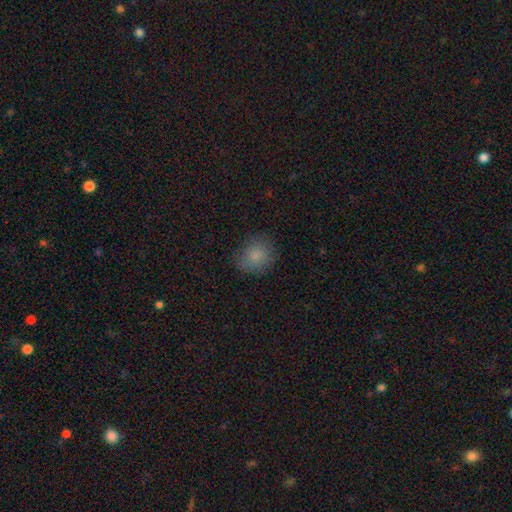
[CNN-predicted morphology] smooth 83%, star or artifact 10%, featured or disk 6%. Down the decision tree: how rounded — round (71%); merging — none (79%).